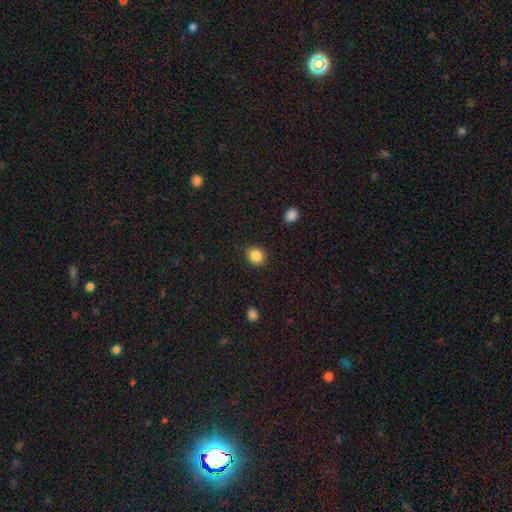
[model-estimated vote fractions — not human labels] A smooth galaxy with no disk features (87%) that is round (74%). Merging: none (89%).